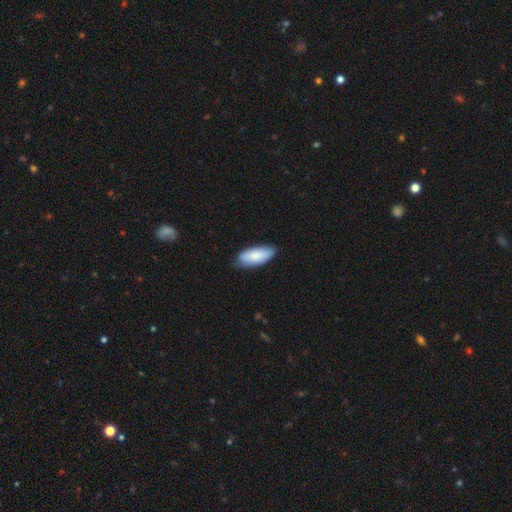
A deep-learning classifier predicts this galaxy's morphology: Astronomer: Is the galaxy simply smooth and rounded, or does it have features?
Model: smooth — 83%.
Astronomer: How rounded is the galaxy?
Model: in between — 78%.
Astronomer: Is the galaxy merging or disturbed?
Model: none — 77%.